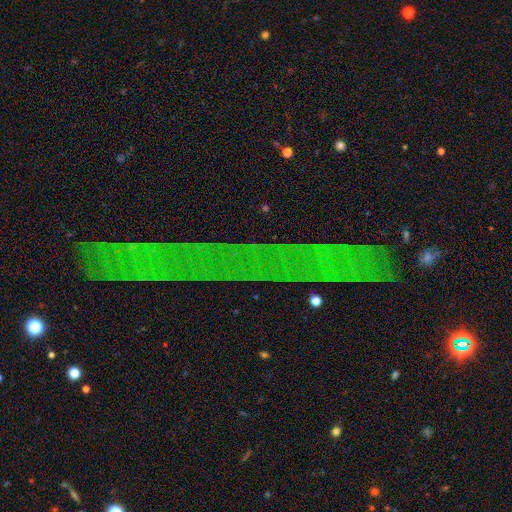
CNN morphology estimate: Overall: star or artifact (80%).